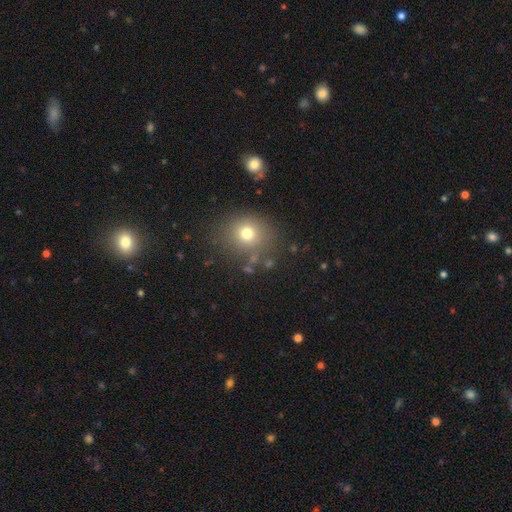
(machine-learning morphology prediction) Smooth or featured? Predicted: smooth (p=0.64). How rounded? Predicted: round (p=0.78). Merging? Predicted: none (p=0.78).